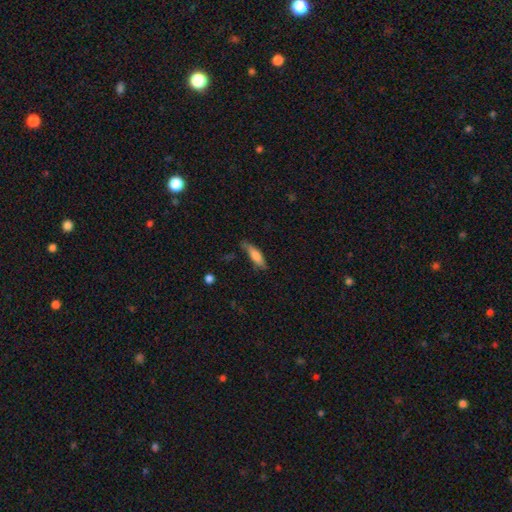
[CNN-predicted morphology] Q: Smooth or featured?
A: smooth (74%); runner-up: featured or disk (20%)
Q: How rounded?
A: cigar-shaped (61%); runner-up: in between (37%)
Q: Merging?
A: none (64%); runner-up: minor disturbance (26%)